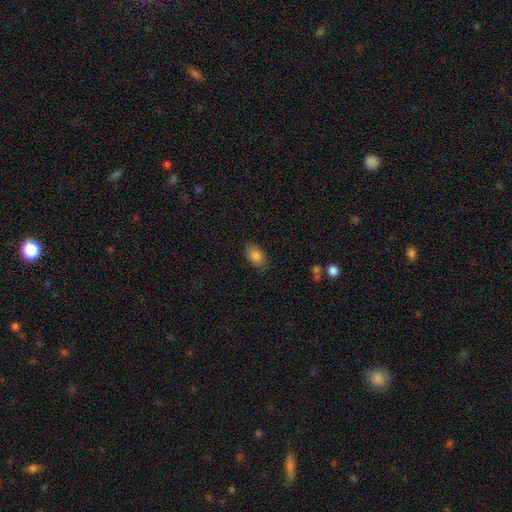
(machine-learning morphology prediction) Q: Smooth or featured?
A: smooth (85%); runner-up: star or artifact (8%)
Q: How rounded?
A: in between (90%); runner-up: round (8%)
Q: Merging?
A: none (81%); runner-up: minor disturbance (15%)